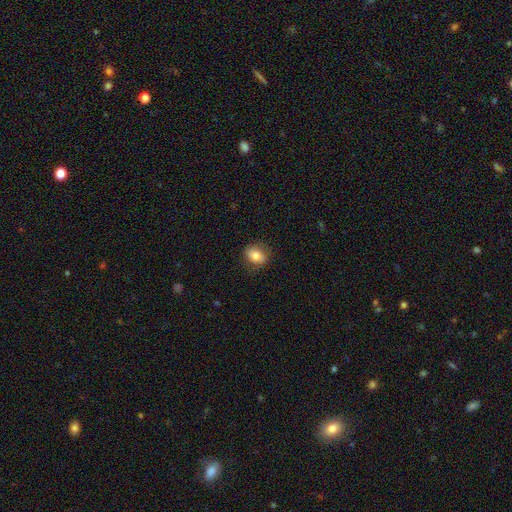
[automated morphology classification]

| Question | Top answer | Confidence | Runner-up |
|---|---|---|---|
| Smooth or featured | smooth | 77% | featured or disk (15%) |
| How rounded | in between | 56% | round (43%) |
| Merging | none | 79% | minor disturbance (15%) |